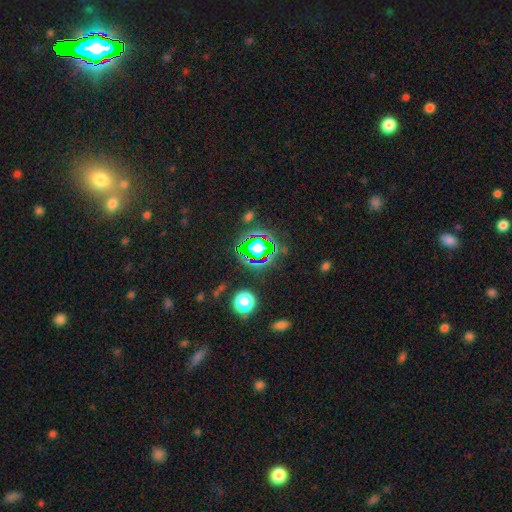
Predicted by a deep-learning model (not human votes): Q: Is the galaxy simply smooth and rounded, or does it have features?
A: star or artifact — 76%.